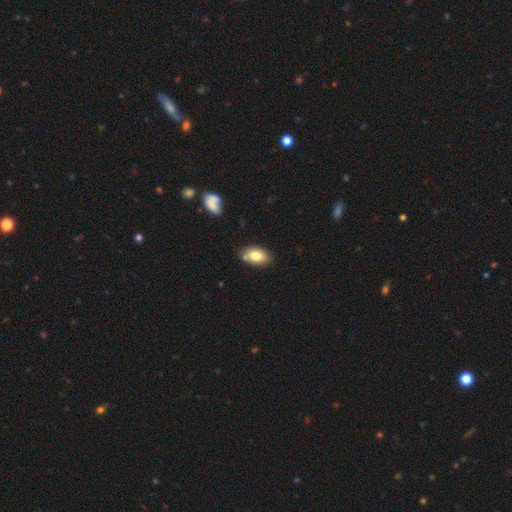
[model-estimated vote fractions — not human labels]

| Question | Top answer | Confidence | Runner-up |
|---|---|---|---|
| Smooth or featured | smooth | 80% | featured or disk (12%) |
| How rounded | in between | 91% | round (7%) |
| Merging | none | 71% | minor disturbance (18%) |